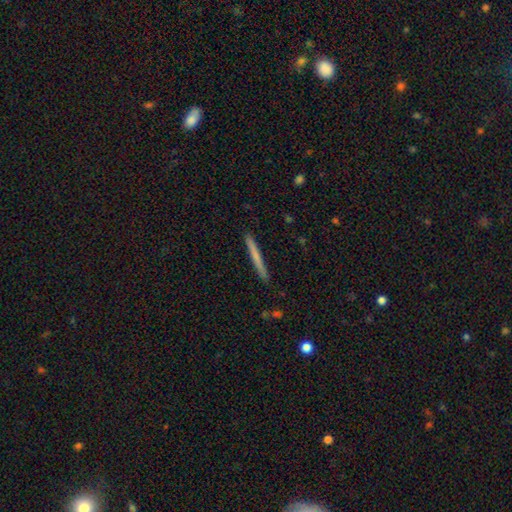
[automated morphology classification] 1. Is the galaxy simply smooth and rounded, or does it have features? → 63% smooth, 32% featured or disk, 6% star or artifact.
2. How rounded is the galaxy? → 97% cigar-shaped, 2% in between, 1% round.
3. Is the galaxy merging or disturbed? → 90% none, 7% minor disturbance, 1% major disturbance, 1% merger.